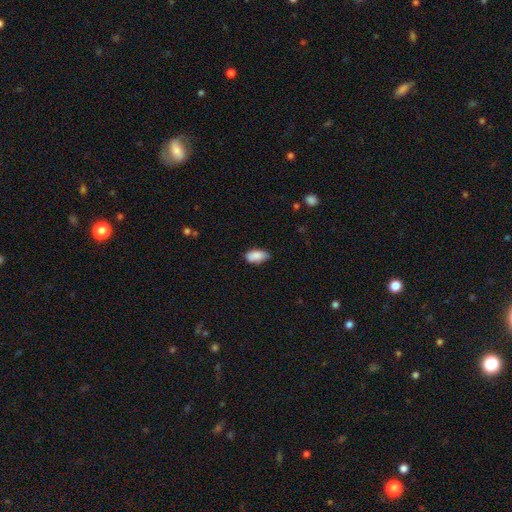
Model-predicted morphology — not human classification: A smooth galaxy with no disk features (87%) that is in between round and cigar-shaped (92%).

Vote fractions:
- Smooth or featured? smooth: 87% / star or artifact: 7% / featured or disk: 6%
- How rounded? in between: 92% / cigar-shaped: 5% / round: 3%
- Merging? none: 71% / minor disturbance: 24% / major disturbance: 3% / merger: 2%